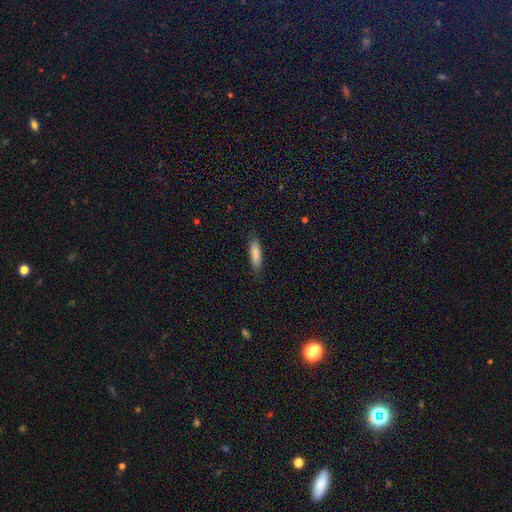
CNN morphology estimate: Q: Smooth or featured?
A: smooth (82%); runner-up: featured or disk (11%)
Q: How rounded?
A: cigar-shaped (65%); runner-up: in between (34%)
Q: Merging?
A: none (83%); runner-up: minor disturbance (13%)